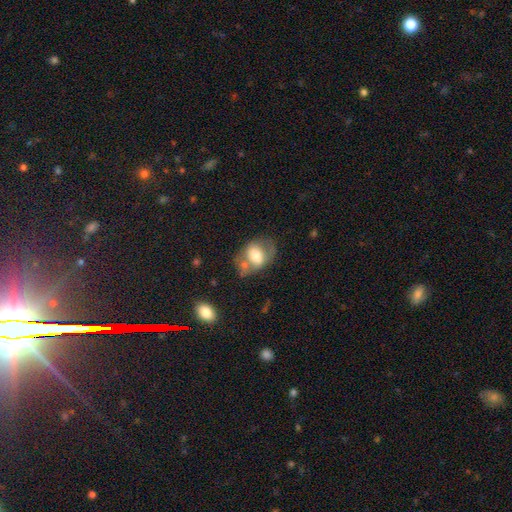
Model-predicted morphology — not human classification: smooth 57%, featured or disk 35%, star or artifact 8%. Down the decision tree: how rounded — in between (71%); merging — none (39%).